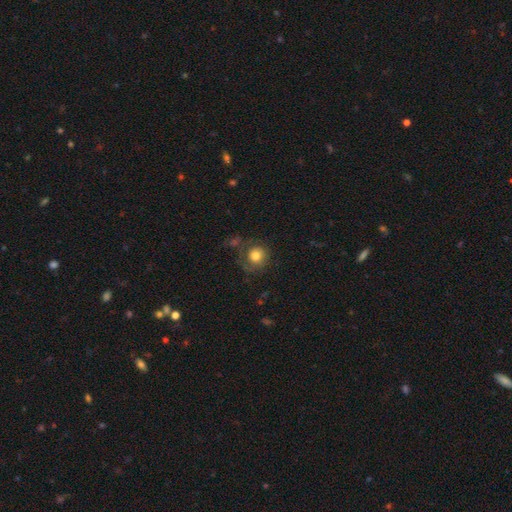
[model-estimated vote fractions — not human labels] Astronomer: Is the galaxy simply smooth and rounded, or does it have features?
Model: smooth — 76%.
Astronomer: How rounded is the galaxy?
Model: round — 86%.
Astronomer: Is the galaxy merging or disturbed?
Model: none — 58%.